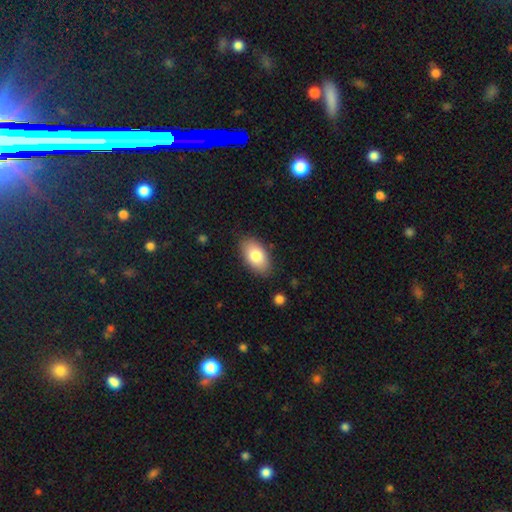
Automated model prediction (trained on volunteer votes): Smooth or featured?
  - smooth: 81% *
  - featured or disk: 12%
  - star or artifact: 7%
How rounded?
  - in between: 94% *
  - round: 5%
  - cigar-shaped: 2%
Merging?
  - none: 85% *
  - minor disturbance: 11%
  - major disturbance: 3%
  - merger: 1%